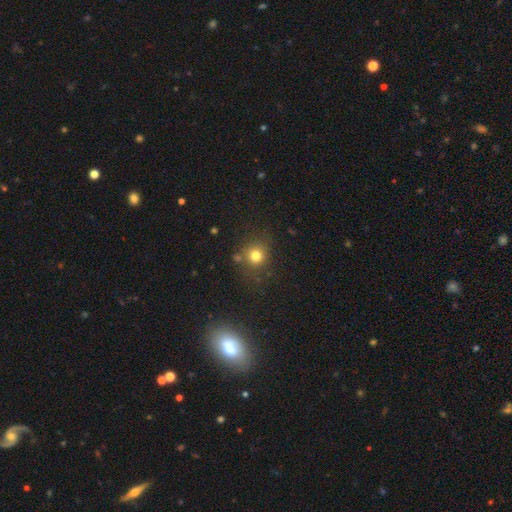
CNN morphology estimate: Smooth or featured: smooth — 78% (star or artifact — 15%)
How rounded: round — 87% (in between — 12%)
Merging: none — 75% (minor disturbance — 12%)